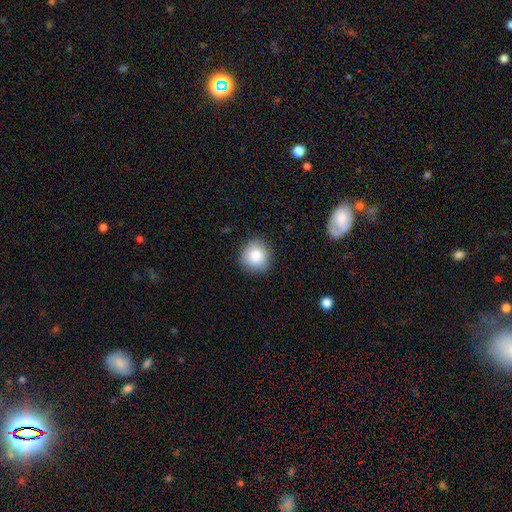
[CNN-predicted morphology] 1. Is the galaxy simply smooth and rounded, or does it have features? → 84% smooth, 9% star or artifact, 7% featured or disk.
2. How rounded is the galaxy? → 91% round, 8% in between, 1% cigar-shaped.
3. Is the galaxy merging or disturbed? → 88% none, 9% minor disturbance, 2% major disturbance, 1% merger.